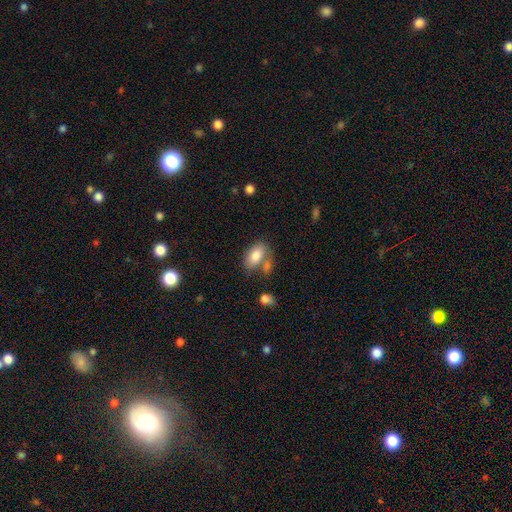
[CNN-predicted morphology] A smooth galaxy with no disk features (82%) that is in between round and cigar-shaped (92%). Merging: none (51%).